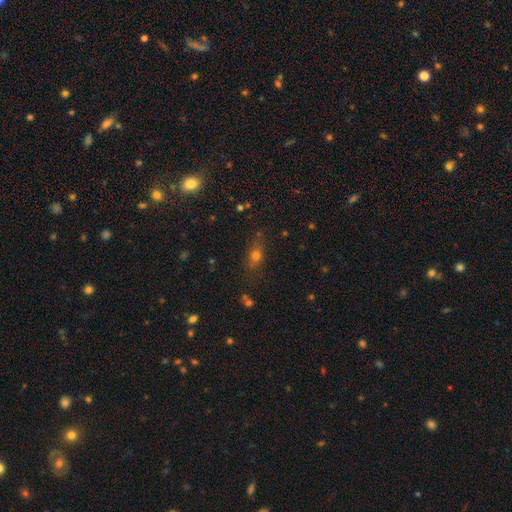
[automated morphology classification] The model was most divided on "how rounded": in between: 56%, round: 30%, cigar-shaped: 15%. More confident: merging — none (74%); smooth or featured — smooth (65%).